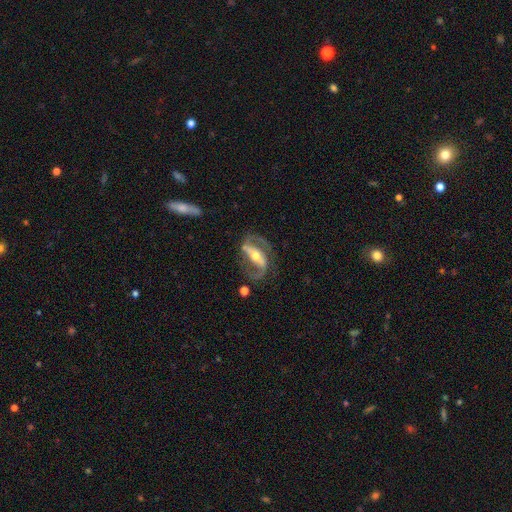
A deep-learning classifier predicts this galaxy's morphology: featured or disk 88%, smooth 7%, star or artifact 5%. Down the decision tree: edge-on disk — no (94%); bar — strong (65%); spiral arms — yes (91%); spiral arm count — 2 (90%); spiral winding — medium (51%); bulge size — moderate (61%); merging — none (72%).